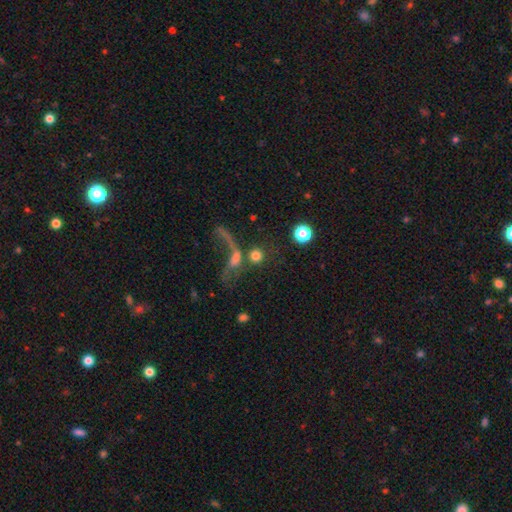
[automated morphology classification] type=smooth (70%); roundness=round (87%); merging=none (41%).